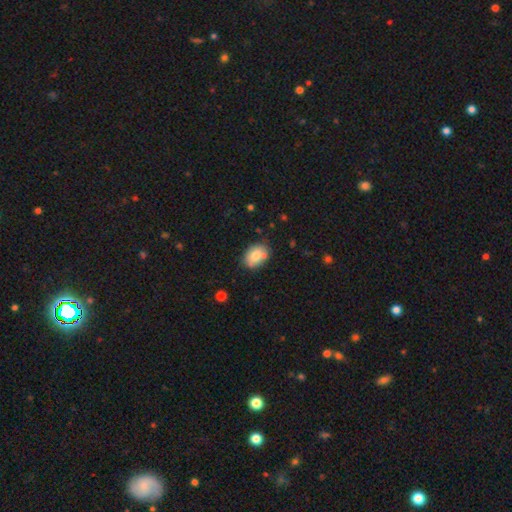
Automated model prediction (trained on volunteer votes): smooth_or_featured: smooth (p=0.79) [alt: featured or disk p=0.14]
how_rounded: in between (p=0.80) [alt: round p=0.19]
merging: none (p=0.71) [alt: minor disturbance p=0.18]